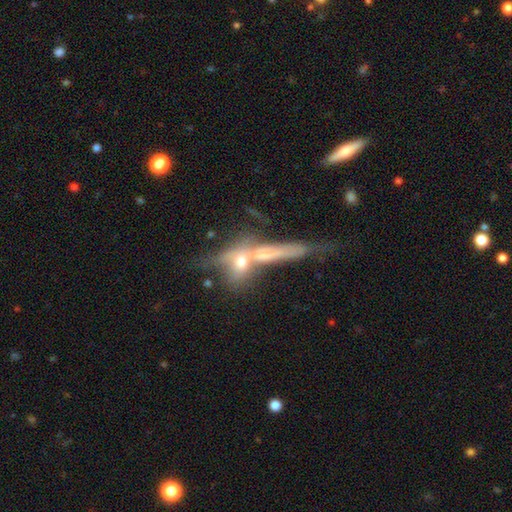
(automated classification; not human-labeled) Smooth or featured?
  - featured or disk: 60% *
  - smooth: 27%
  - star or artifact: 13%
Edge-on disk?
  - yes: 67% *
  - no: 33%
Merging?
  - merger: 44% *
  - none: 32%
  - minor disturbance: 12%
  - major disturbance: 11%